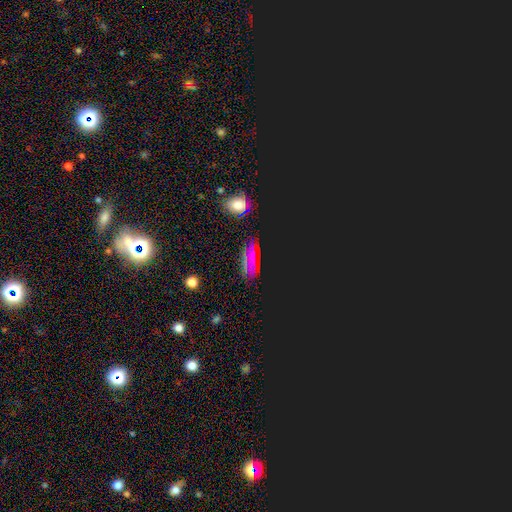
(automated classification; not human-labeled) The model was most divided on "smooth or featured": star or artifact: 61%, smooth: 26%, featured or disk: 13%.